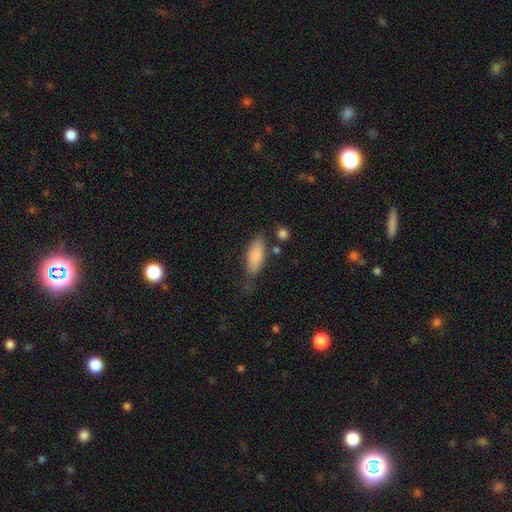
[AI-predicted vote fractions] smooth-or-featured: smooth: 86% | featured or disk: 8% | star or artifact: 6%
  how-rounded: in between: 77% | cigar-shaped: 20% | round: 2%
  merging: none: 60% | minor disturbance: 26% | major disturbance: 8% | merger: 6%